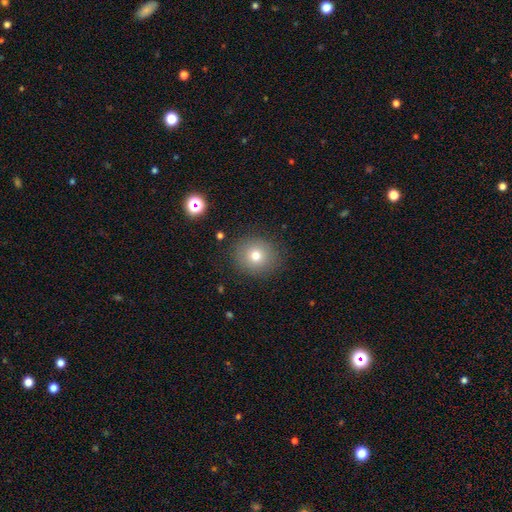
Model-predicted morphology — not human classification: type=smooth (75%); roundness=round (87%); merging=none (86%).